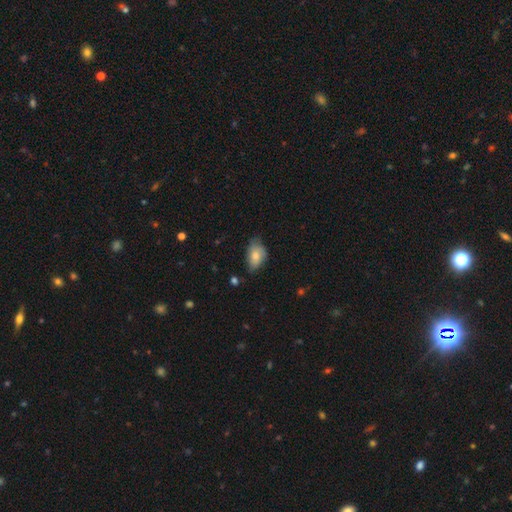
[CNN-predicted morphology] Smooth or featured? Predicted: smooth (p=0.78). How rounded? Predicted: in between (p=0.90). Merging? Predicted: none (p=0.53).